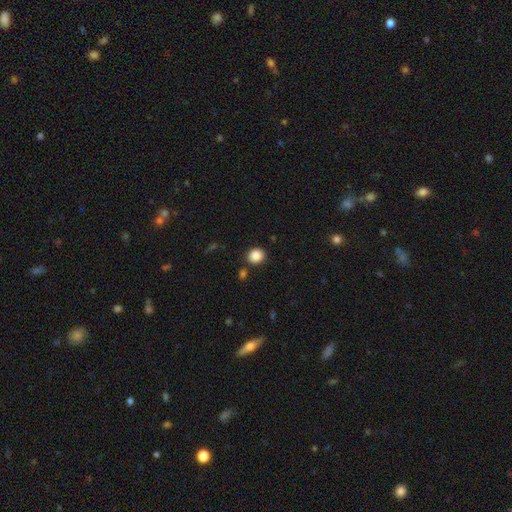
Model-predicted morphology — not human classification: Smooth or featured? smooth (87%)
How rounded? round (77%)
Merging? none (83%)